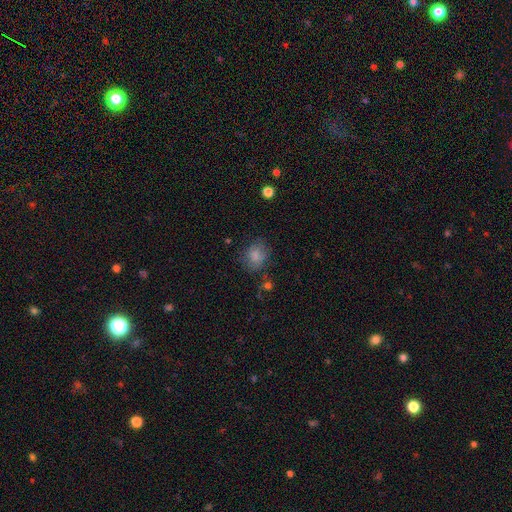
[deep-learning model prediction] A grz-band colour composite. It shows a smooth galaxy with no disk features (81%) that is round (59%). Merging: none (70%).